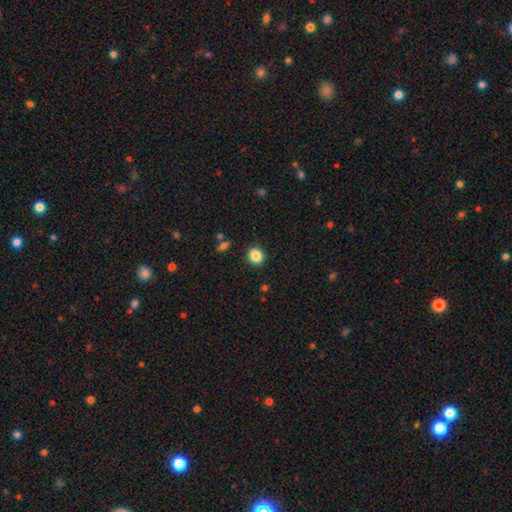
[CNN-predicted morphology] type=smooth (86%); roundness=round (67%); merging=none (90%).